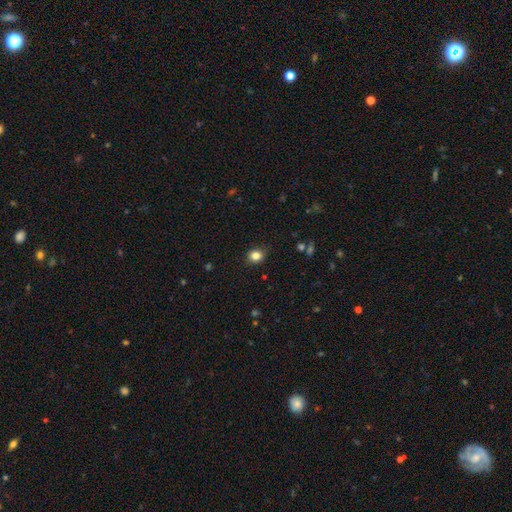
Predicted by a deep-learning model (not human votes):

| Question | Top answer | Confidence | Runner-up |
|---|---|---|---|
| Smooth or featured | smooth | 83% | star or artifact (11%) |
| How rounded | round | 64% | in between (35%) |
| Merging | none | 86% | minor disturbance (10%) |